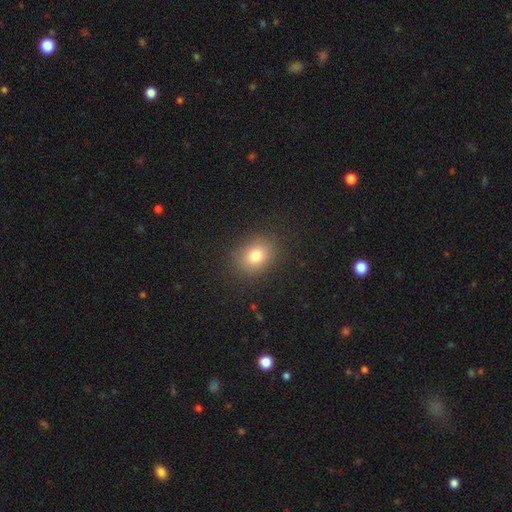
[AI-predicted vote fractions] Smooth or featured? Predicted: smooth (p=0.80). How rounded? Predicted: in between (p=0.51). Merging? Predicted: none (p=0.87).